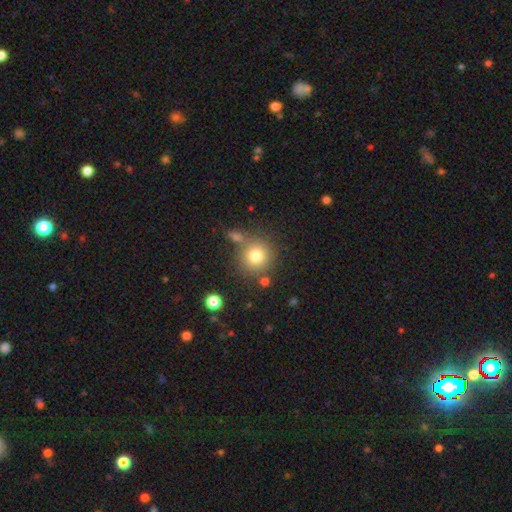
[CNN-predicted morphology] A smooth galaxy with no disk features (78%) that is round (92%). Merging: none (72%).